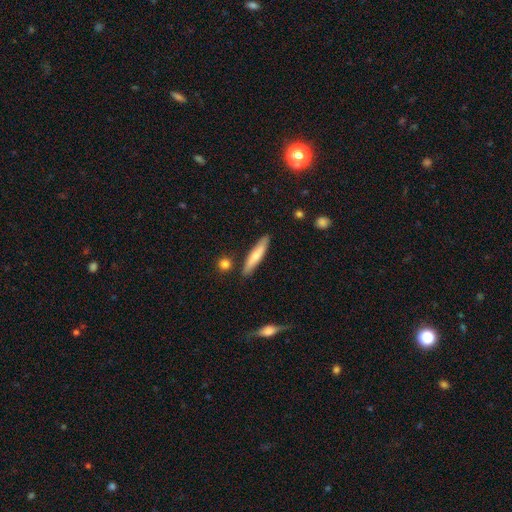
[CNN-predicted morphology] This is likely a smooth galaxy (67%). How rounded: clearly cigar-shaped (86%). Merging: clearly none (85%).